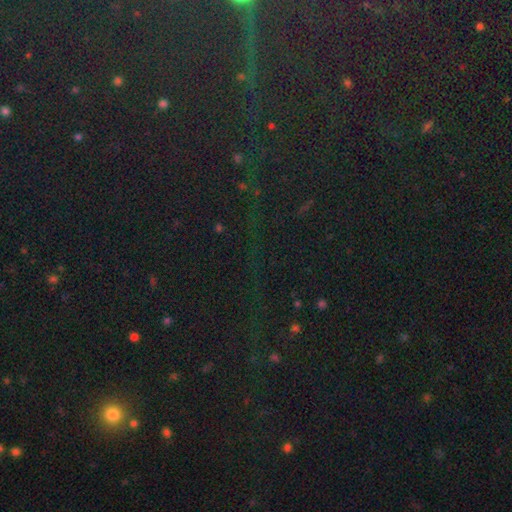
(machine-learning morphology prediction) smooth_or_featured: star or artifact (p=0.80) [alt: smooth p=0.12]